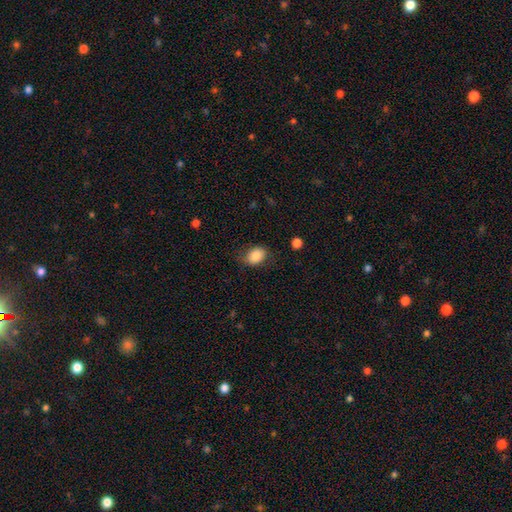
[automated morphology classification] Smooth or featured?
  - smooth: 85% *
  - star or artifact: 8%
  - featured or disk: 7%
How rounded?
  - in between: 75% *
  - round: 24%
  - cigar-shaped: 1%
Merging?
  - none: 74% *
  - minor disturbance: 19%
  - major disturbance: 6%
  - merger: 1%